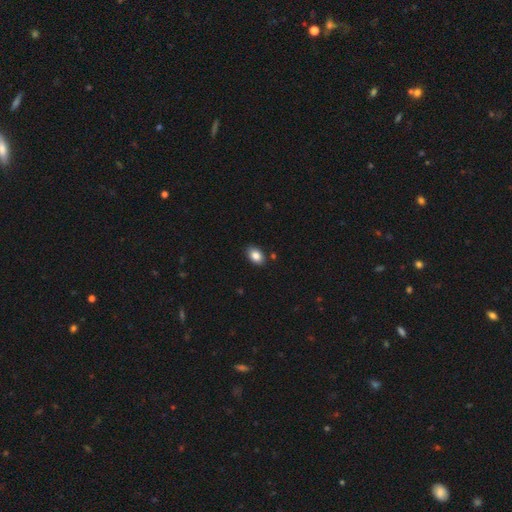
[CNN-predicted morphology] smooth-or-featured: smooth: 85% | star or artifact: 8% | featured or disk: 7%
  how-rounded: in between: 84% | round: 15% | cigar-shaped: 1%
  merging: none: 86% | minor disturbance: 10% | major disturbance: 2% | merger: 2%